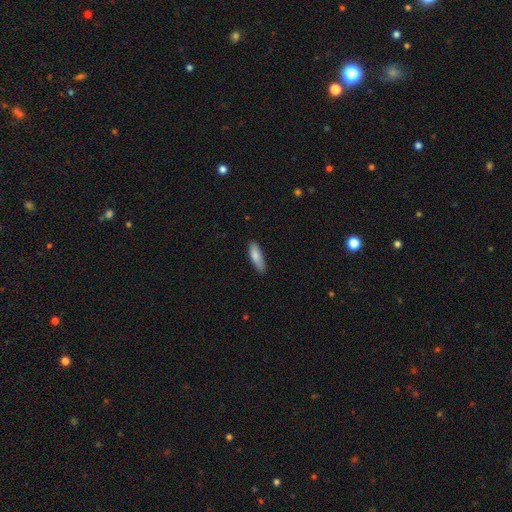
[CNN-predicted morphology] smooth 83%, featured or disk 11%, star or artifact 6%. Down the decision tree: how rounded — cigar-shaped (56%); merging — none (82%).